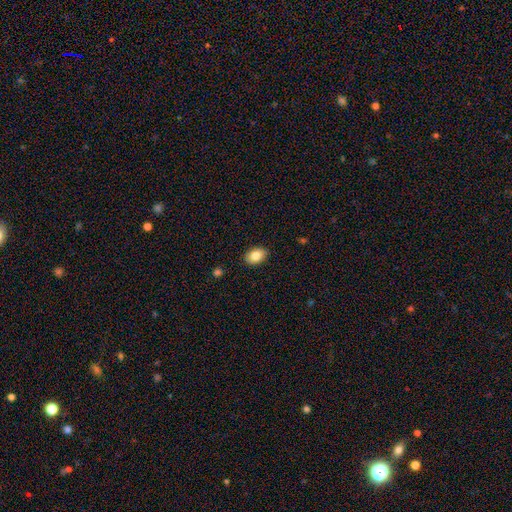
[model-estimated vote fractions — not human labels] A smooth galaxy with no disk features (84%) that is in between round and cigar-shaped (86%).

Vote fractions:
- Smooth or featured? smooth: 84% / featured or disk: 8% / star or artifact: 7%
- How rounded? in between: 86% / round: 13% / cigar-shaped: 1%
- Merging? none: 89% / minor disturbance: 8% / major disturbance: 2% / merger: 1%